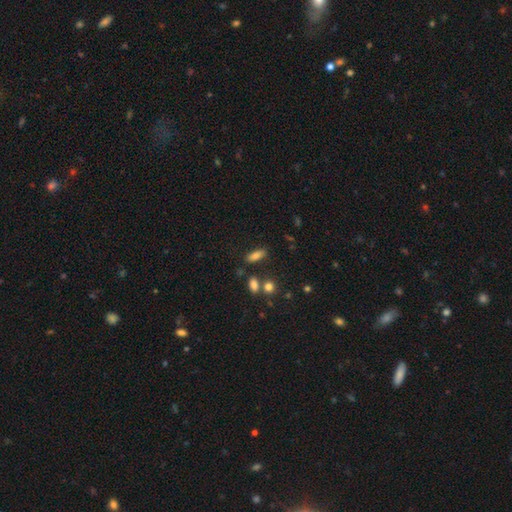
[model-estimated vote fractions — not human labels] Smooth or featured: smooth — 80% (featured or disk — 10%)
How rounded: in between — 68% (cigar-shaped — 28%)
Merging: none — 76% (minor disturbance — 13%)